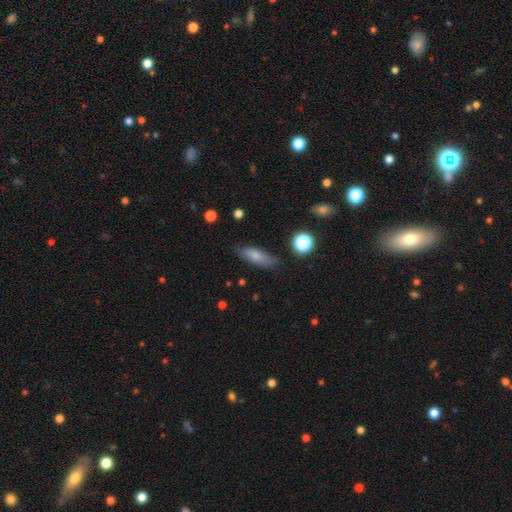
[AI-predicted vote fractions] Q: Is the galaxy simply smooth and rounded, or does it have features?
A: smooth — 77%.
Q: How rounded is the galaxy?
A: in between — 56%.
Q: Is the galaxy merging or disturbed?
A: none — 79%.